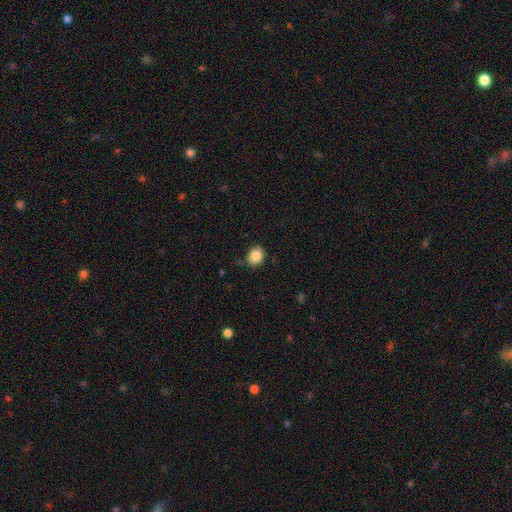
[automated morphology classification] Smooth or featured: smooth — 84% (star or artifact — 9%)
How rounded: round — 66% (in between — 33%)
Merging: none — 83% (minor disturbance — 13%)